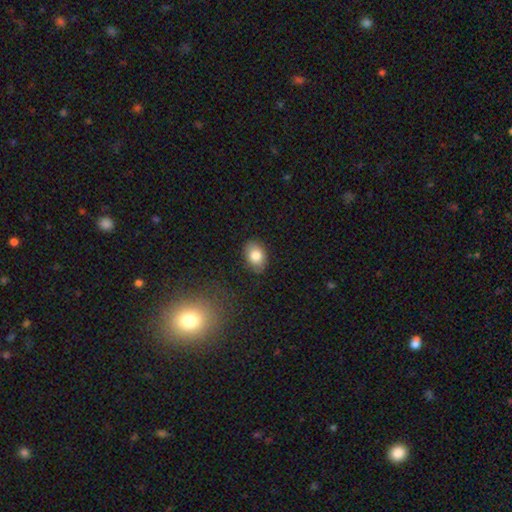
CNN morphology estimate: smooth-or-featured: smooth: 81% | featured or disk: 11% | star or artifact: 8%
  how-rounded: in between: 78% | round: 20% | cigar-shaped: 1%
  merging: none: 84% | minor disturbance: 12% | major disturbance: 2% | merger: 1%